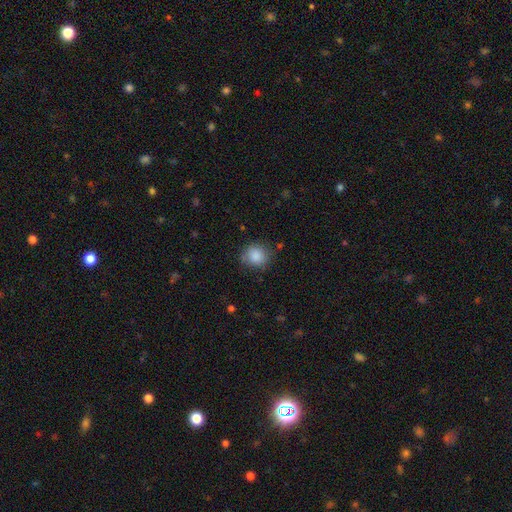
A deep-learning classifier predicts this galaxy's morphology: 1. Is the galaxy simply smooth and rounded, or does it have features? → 87% smooth, 8% star or artifact, 5% featured or disk.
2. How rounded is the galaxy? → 85% round, 14% in between, 1% cigar-shaped.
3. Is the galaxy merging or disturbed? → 78% none, 15% minor disturbance, 4% major disturbance, 2% merger.